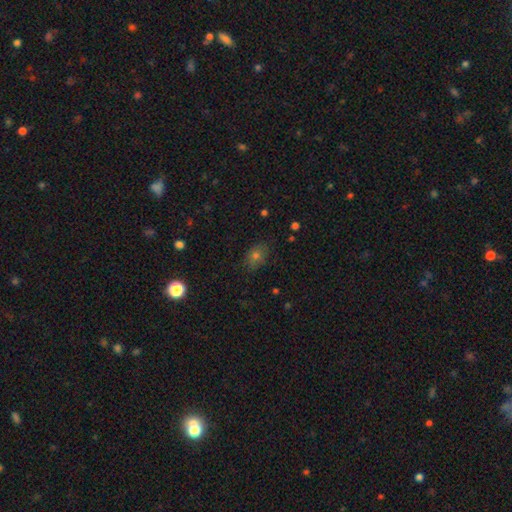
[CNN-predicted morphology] smooth-or-featured: smooth: 67% | star or artifact: 21% | featured or disk: 12%
  how-rounded: in between: 64% | round: 35% | cigar-shaped: 2%
  merging: none: 79% | minor disturbance: 16% | major disturbance: 4% | merger: 1%